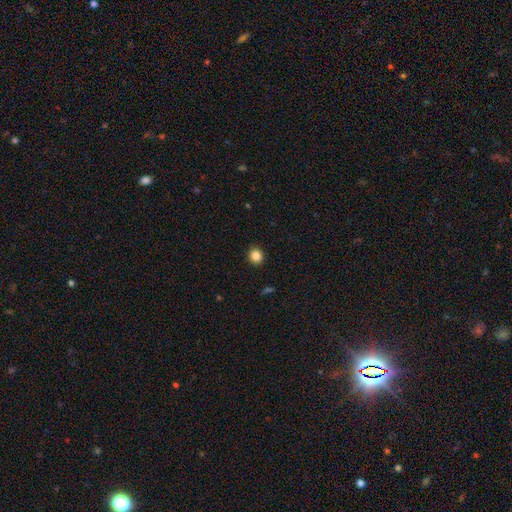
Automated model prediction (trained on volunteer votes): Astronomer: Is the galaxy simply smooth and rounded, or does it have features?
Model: smooth — 85%.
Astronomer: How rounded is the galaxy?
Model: round — 83%.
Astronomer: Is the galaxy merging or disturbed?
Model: none — 91%.